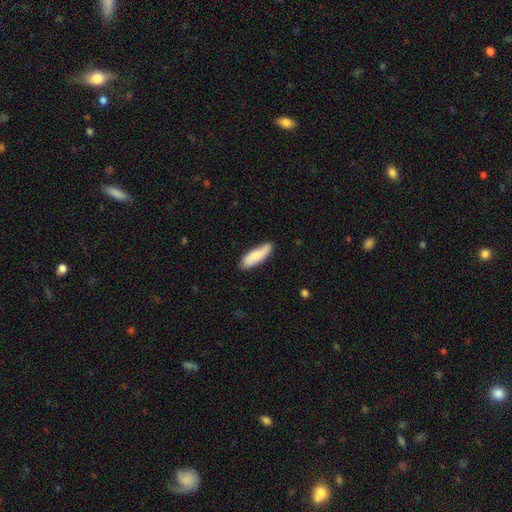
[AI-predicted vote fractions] Morphology: type=smooth (79%); roundness=cigar-shaped (50%); merging=none (83%).